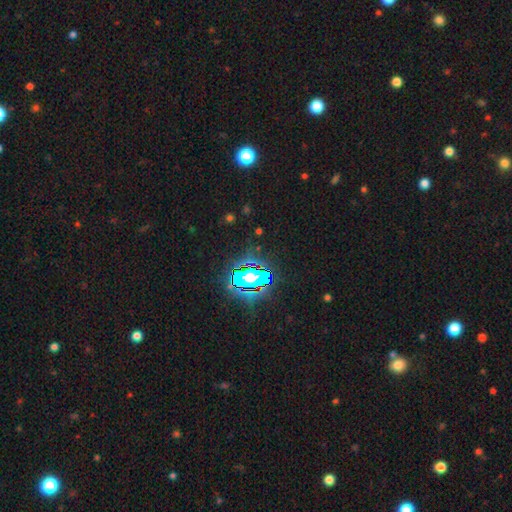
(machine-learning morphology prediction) Smooth or featured?
  - star or artifact: 84% *
  - smooth: 9%
  - featured or disk: 7%